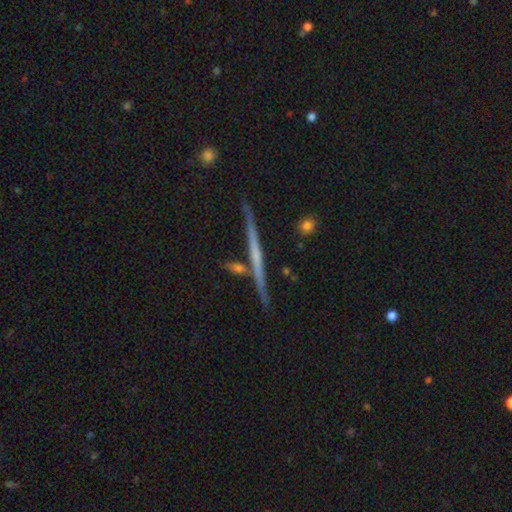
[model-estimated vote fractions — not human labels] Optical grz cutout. It shows a featured or disk galaxy (66%) viewed edge-on (97%) with no central bulge (79%). Merging: none (84%).